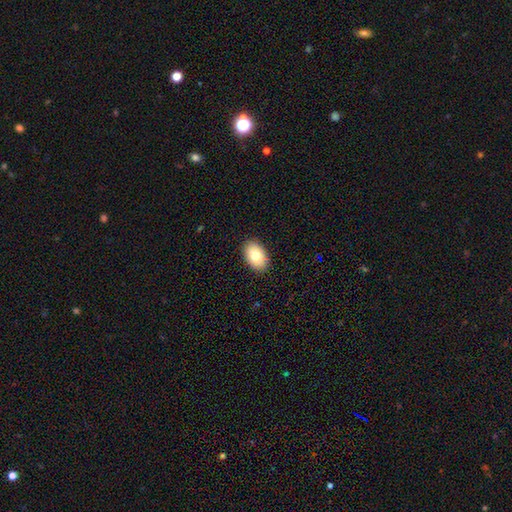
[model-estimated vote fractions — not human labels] smooth 80%, featured or disk 13%, star or artifact 7%. Down the decision tree: how rounded — in between (89%); merging — none (89%).